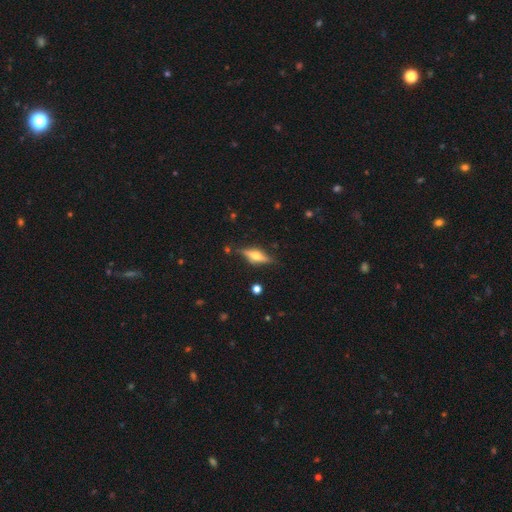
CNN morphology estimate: Smooth or featured? Predicted: featured or disk (p=0.65). Edge-on disk? Predicted: yes (p=0.94). Edge-on bulge? Predicted: rounded (p=0.91). Merging? Predicted: none (p=0.81).